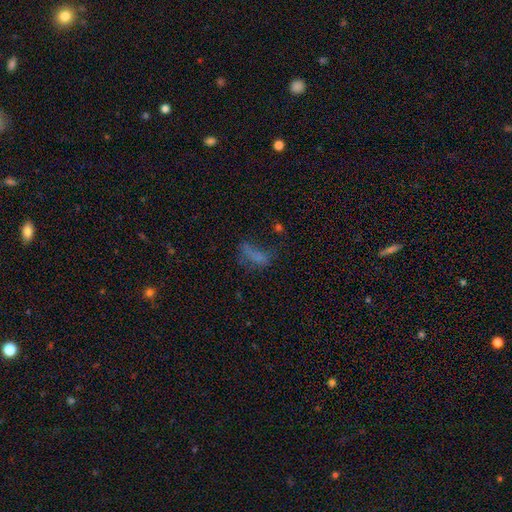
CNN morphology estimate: This is possibly a smooth galaxy (53%). How rounded: likely in between (68%). Merging: marginally major disturbance (38%).